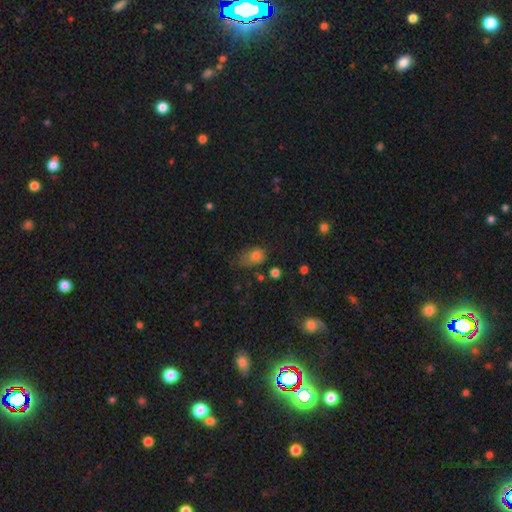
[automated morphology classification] smooth-or-featured: smooth: 77% | star or artifact: 14% | featured or disk: 9%
  how-rounded: in between: 74% | round: 23% | cigar-shaped: 3%
  merging: minor disturbance: 37% | none: 34% | major disturbance: 24% | merger: 5%